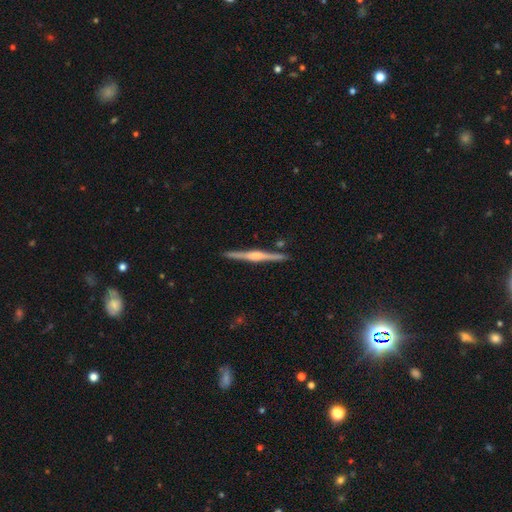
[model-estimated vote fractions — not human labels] Smooth or featured? Predicted: featured or disk (p=0.80). Edge-on disk? Predicted: yes (p=0.99). Edge-on bulge? Predicted: rounded (p=0.69). Merging? Predicted: none (p=0.90).